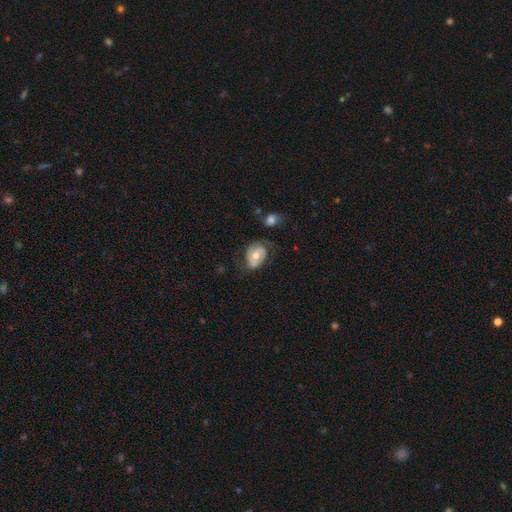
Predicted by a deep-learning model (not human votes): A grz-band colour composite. It shows a featured or disk galaxy (52%). Merging: none (47%).